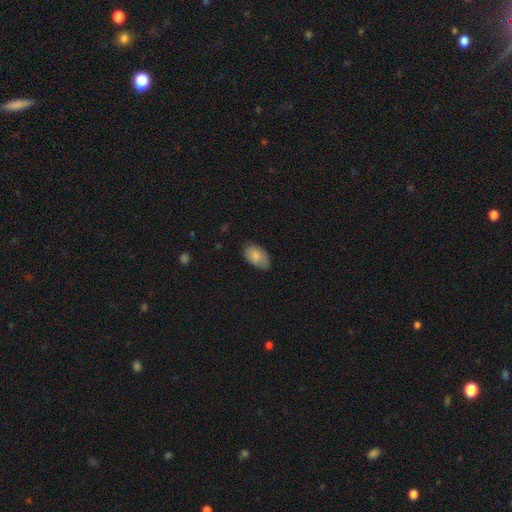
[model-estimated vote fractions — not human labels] This is clearly a smooth galaxy (83%). How rounded: clearly in between (93%). Merging: likely none (68%).